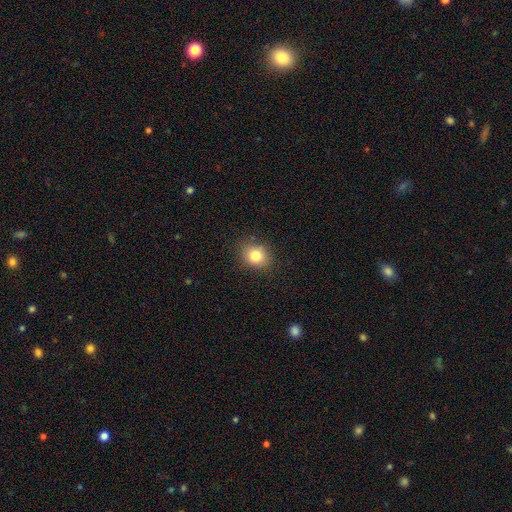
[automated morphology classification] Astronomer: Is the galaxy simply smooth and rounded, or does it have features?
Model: smooth — 82%.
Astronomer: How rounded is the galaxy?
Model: round — 64%.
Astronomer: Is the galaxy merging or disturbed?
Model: none — 85%.